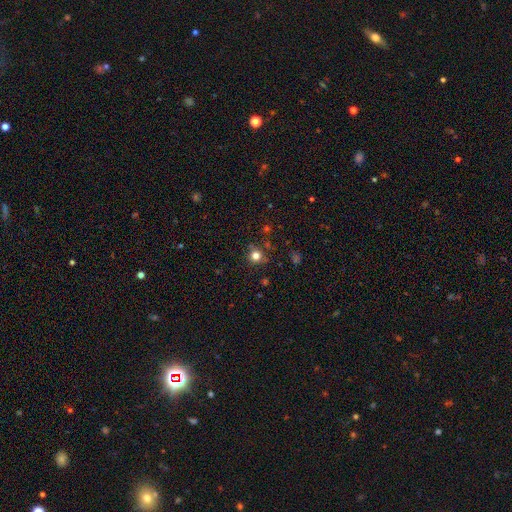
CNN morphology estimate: Smooth or featured?
  - smooth: 77% *
  - star or artifact: 17%
  - featured or disk: 7%
How rounded?
  - round: 91% *
  - in between: 8%
  - cigar-shaped: 1%
Merging?
  - none: 81% *
  - minor disturbance: 12%
  - major disturbance: 4%
  - merger: 3%